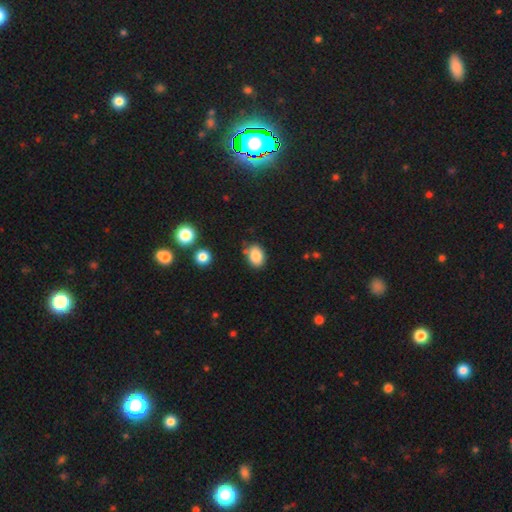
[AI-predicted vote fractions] smooth-or-featured: smooth: 85% | star or artifact: 9% | featured or disk: 6%
  how-rounded: in between: 76% | round: 22% | cigar-shaped: 1%
  merging: none: 77% | minor disturbance: 15% | merger: 5% | major disturbance: 3%